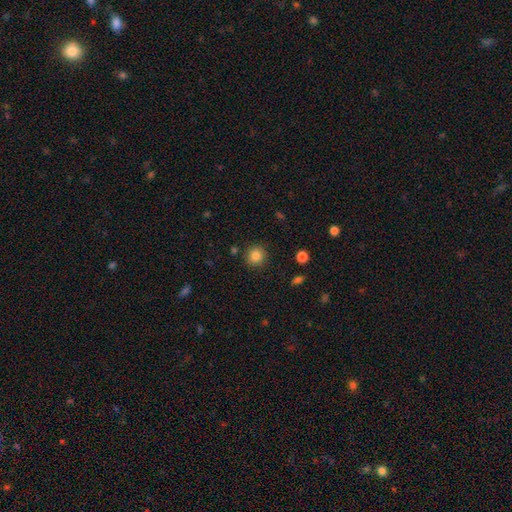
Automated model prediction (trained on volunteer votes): smooth 84%, star or artifact 11%, featured or disk 5%. Down the decision tree: how rounded — round (91%); merging — none (88%).